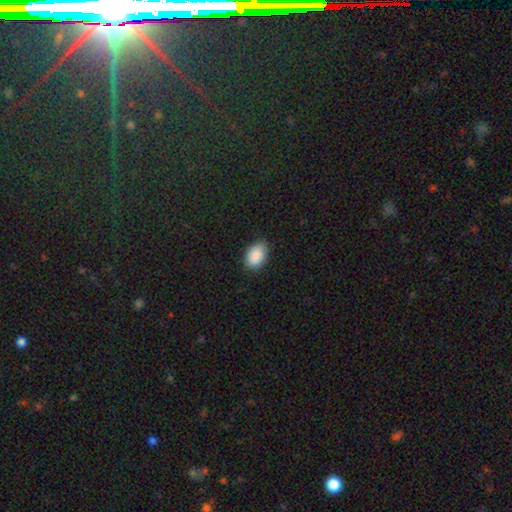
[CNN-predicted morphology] This is clearly a smooth galaxy (90%). How rounded: clearly in between (89%). Merging: clearly none (82%).